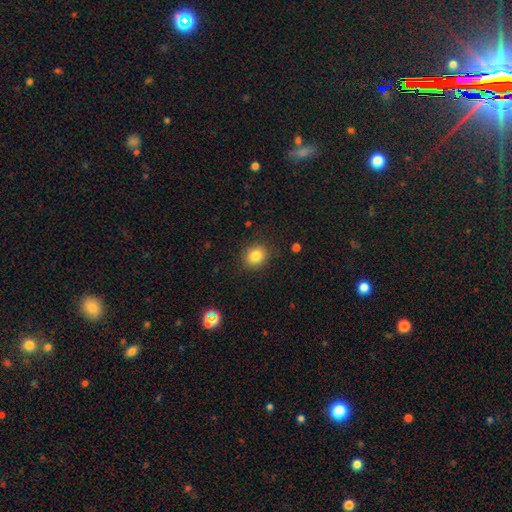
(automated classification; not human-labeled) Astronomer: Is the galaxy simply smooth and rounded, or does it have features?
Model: smooth — 83%.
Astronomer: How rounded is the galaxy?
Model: round — 77%.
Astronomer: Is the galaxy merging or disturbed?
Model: none — 88%.